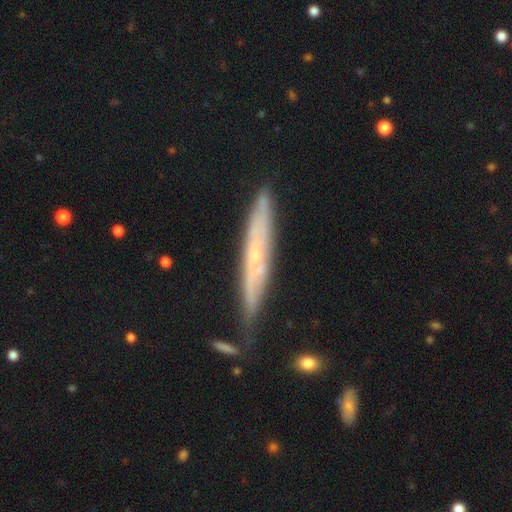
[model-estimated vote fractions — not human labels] Smooth or featured? featured or disk (62%)
Edge-on disk? yes (81%)
Edge-on bulge? none (58%)
Merging? none (76%)